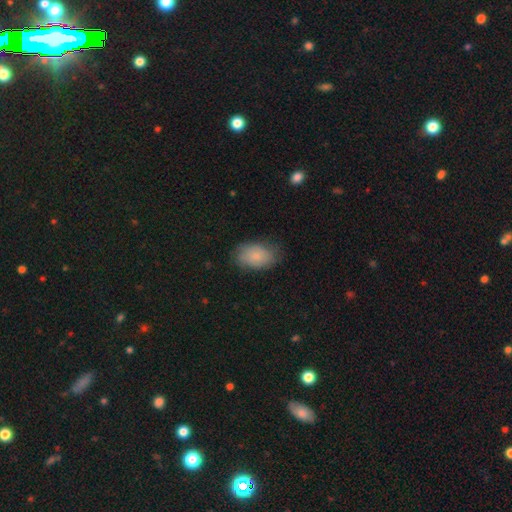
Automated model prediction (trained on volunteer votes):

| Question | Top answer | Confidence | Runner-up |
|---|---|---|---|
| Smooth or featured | smooth | 81% | featured or disk (13%) |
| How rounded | in between | 88% | round (11%) |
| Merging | none | 70% | minor disturbance (23%) |